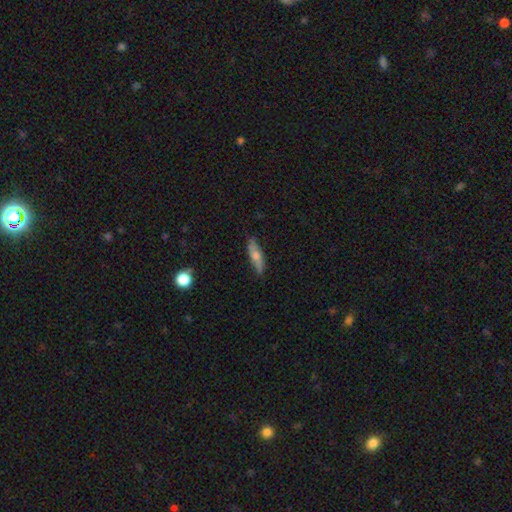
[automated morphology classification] Smooth or featured? smooth (54%)
How rounded? cigar-shaped (64%)
Merging? none (82%)